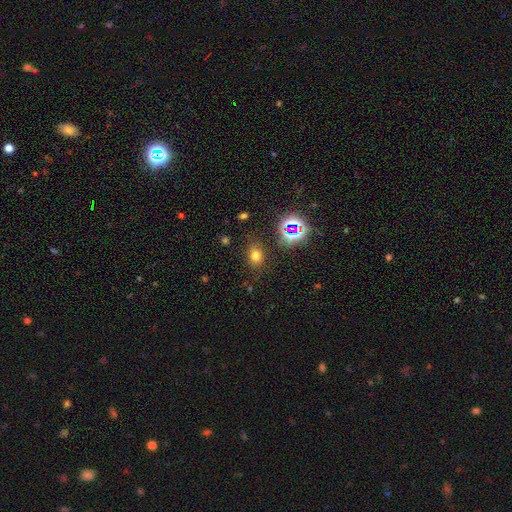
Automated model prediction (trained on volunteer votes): smooth 67%, star or artifact 25%, featured or disk 9%. Down the decision tree: how rounded — in between (56%); merging — none (80%).